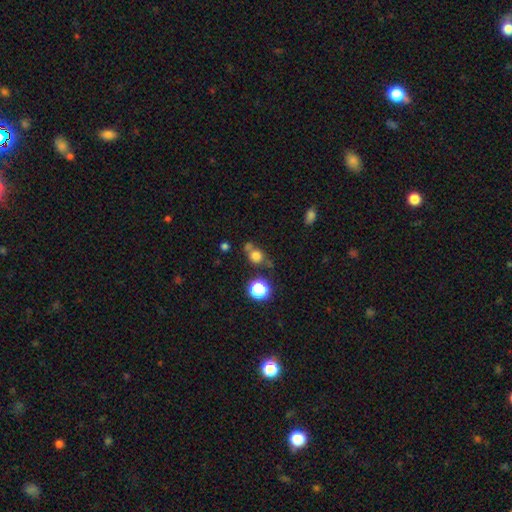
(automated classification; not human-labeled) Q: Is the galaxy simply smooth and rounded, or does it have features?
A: smooth — 72%.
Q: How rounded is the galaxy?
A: round — 77%.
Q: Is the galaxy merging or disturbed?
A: none — 54%.